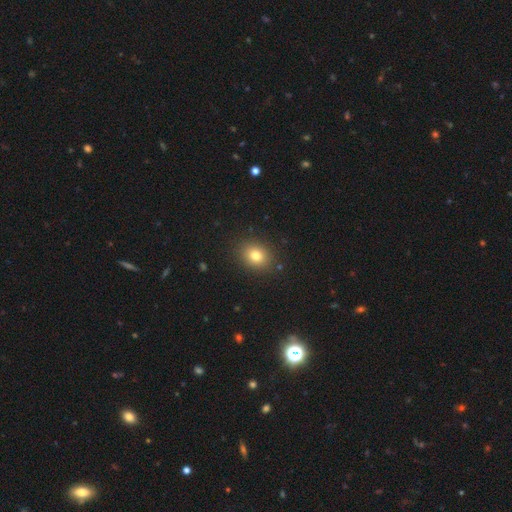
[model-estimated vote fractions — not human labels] A smooth galaxy with no disk features (79%) that is round (56%).

Vote fractions:
- Smooth or featured? smooth: 79% / star or artifact: 13% / featured or disk: 9%
- How rounded? round: 56% / in between: 43% / cigar-shaped: 1%
- Merging? none: 89% / minor disturbance: 8% / major disturbance: 2% / merger: 1%